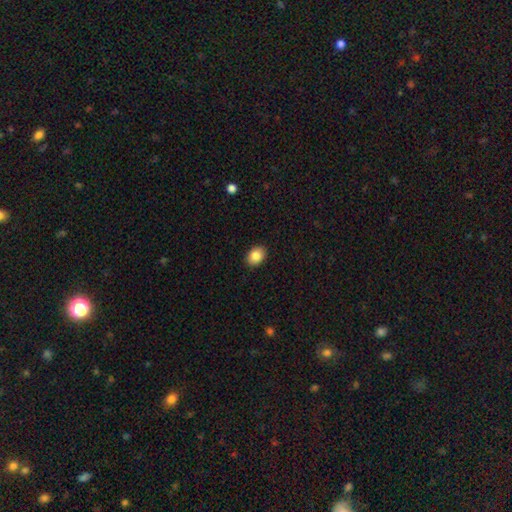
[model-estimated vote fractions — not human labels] smooth-or-featured: smooth: 86% | star or artifact: 8% | featured or disk: 6%
  how-rounded: in between: 67% | round: 32% | cigar-shaped: 1%
  merging: none: 90% | minor disturbance: 7% | major disturbance: 2% | merger: 1%